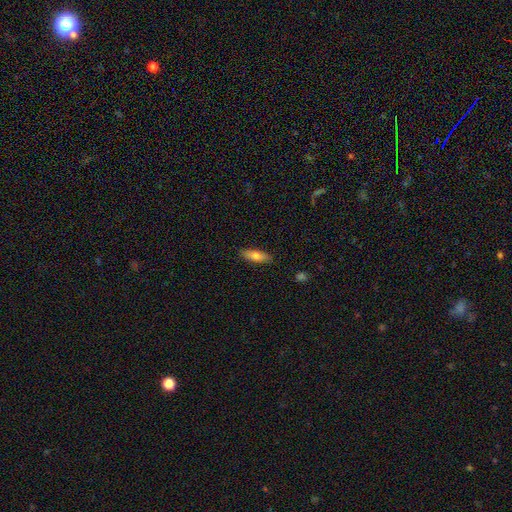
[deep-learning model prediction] The model was most divided on "how rounded": cigar-shaped: 53%, in between: 45%, round: 2%. More confident: merging — none (87%); smooth or featured — smooth (70%).